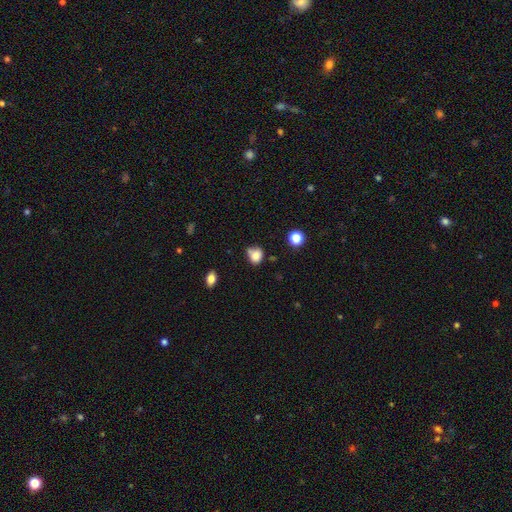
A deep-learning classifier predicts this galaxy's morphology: Smooth or featured?
  - smooth: 79% *
  - star or artifact: 11%
  - featured or disk: 9%
How rounded?
  - round: 64% *
  - in between: 35%
  - cigar-shaped: 1%
Merging?
  - none: 49% *
  - minor disturbance: 28%
  - merger: 15%
  - major disturbance: 8%